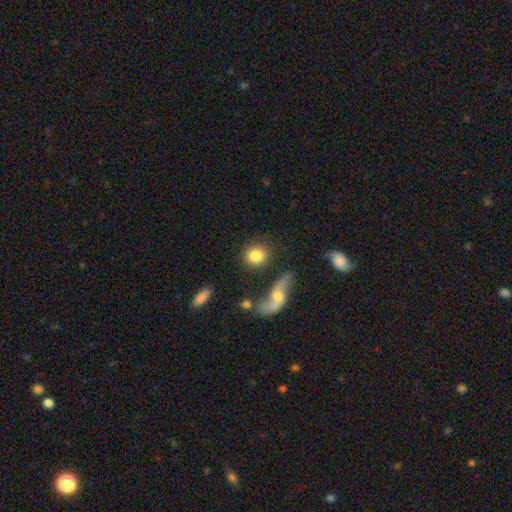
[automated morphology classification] This appears to be a smooth galaxy with no disk features (79%) that is round (82%). Merging: none (73%).